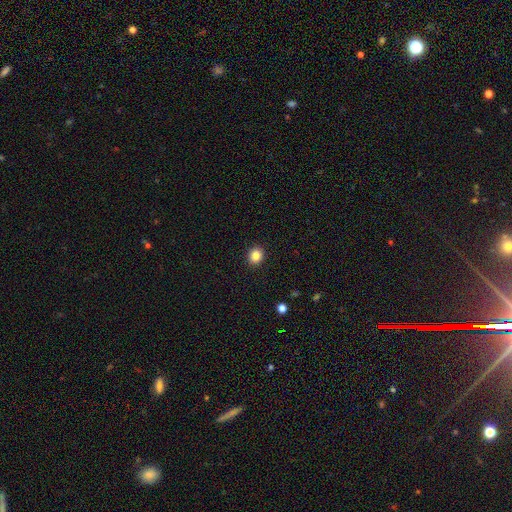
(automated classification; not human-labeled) Smooth or featured?
  - smooth: 85% *
  - star or artifact: 10%
  - featured or disk: 5%
How rounded?
  - round: 74% *
  - in between: 26%
  - cigar-shaped: 1%
Merging?
  - none: 92% *
  - minor disturbance: 5%
  - major disturbance: 2%
  - merger: 1%